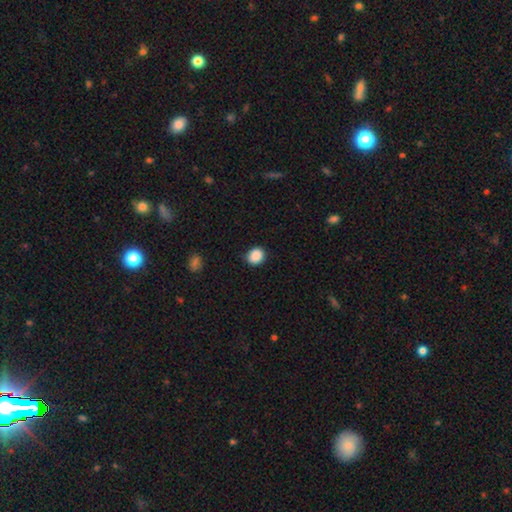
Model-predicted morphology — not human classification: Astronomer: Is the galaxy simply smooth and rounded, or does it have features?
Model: smooth — 89%.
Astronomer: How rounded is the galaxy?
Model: round — 70%.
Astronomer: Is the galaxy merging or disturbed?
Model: none — 85%.